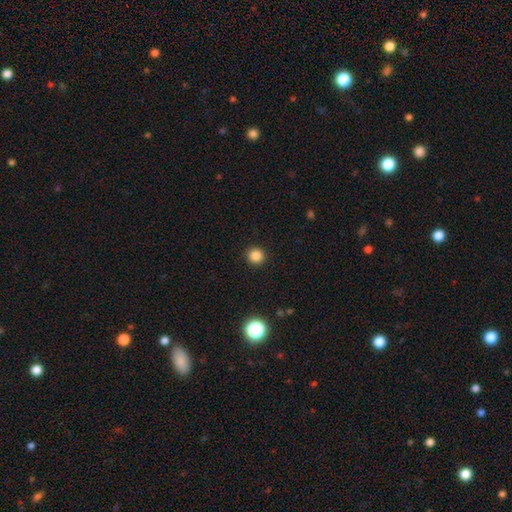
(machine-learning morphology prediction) Smooth or featured: smooth — 84% (star or artifact — 12%)
How rounded: round — 94% (in between — 5%)
Merging: none — 92% (minor disturbance — 5%)